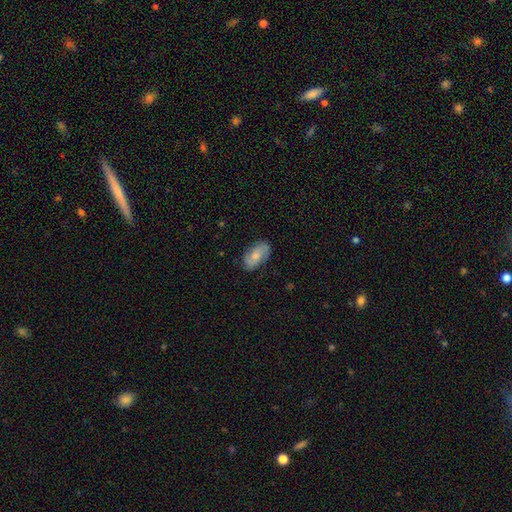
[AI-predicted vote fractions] Smooth or featured? smooth (52%)
How rounded? in between (92%)
Merging? none (79%)